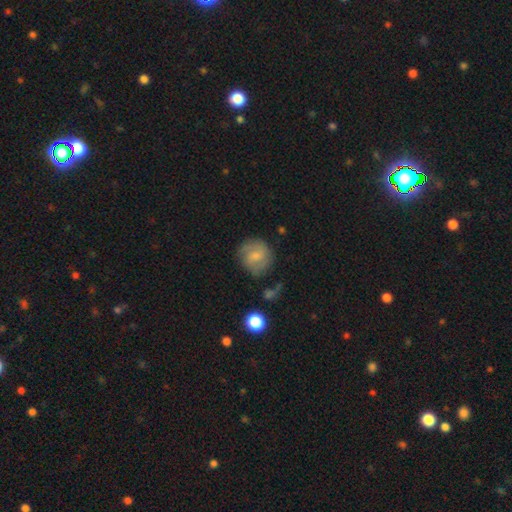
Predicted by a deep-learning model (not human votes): smooth 51%, featured or disk 41%, star or artifact 8%. Down the decision tree: how rounded — round (85%); merging — none (70%).